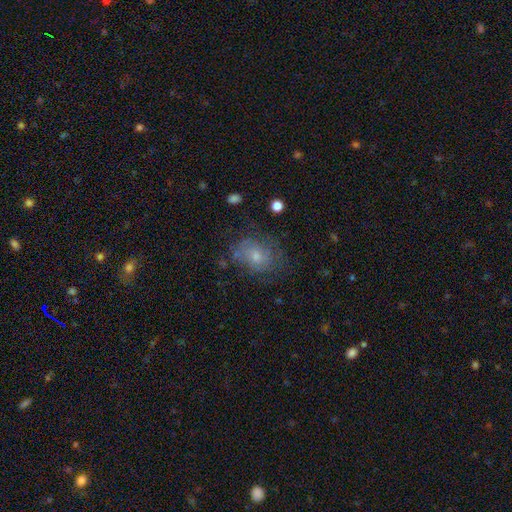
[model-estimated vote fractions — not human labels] smooth-or-featured: smooth: 55% | featured or disk: 33% | star or artifact: 12%
  how-rounded: in between: 50% | round: 49% | cigar-shaped: 1%
  merging: none: 57% | minor disturbance: 24% | major disturbance: 16% | merger: 3%